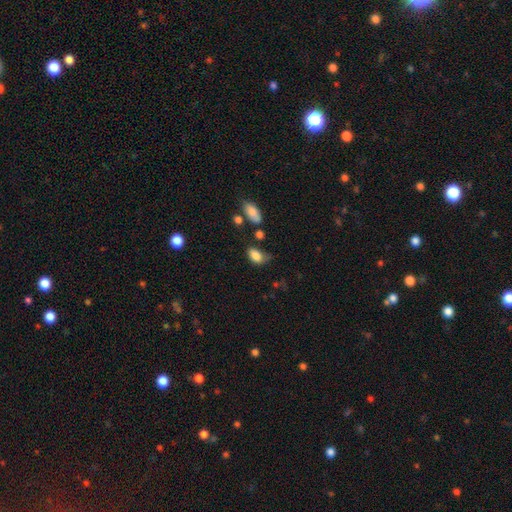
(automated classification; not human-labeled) Smooth or featured? Predicted: smooth (p=0.83). How rounded? Predicted: in between (p=0.89). Merging? Predicted: none (p=0.39).